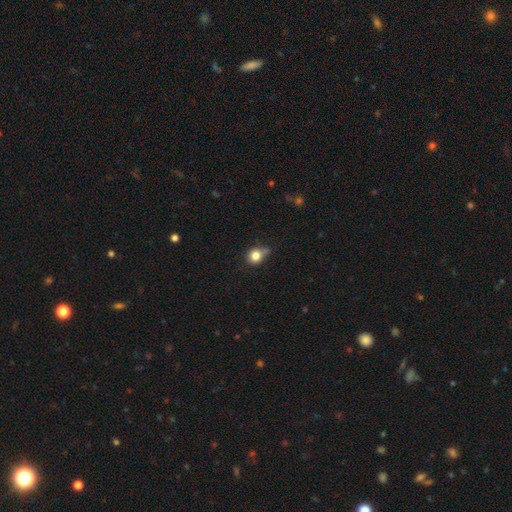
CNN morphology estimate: A smooth galaxy with no disk features (81%) that is round (69%). Merging: none (51%).